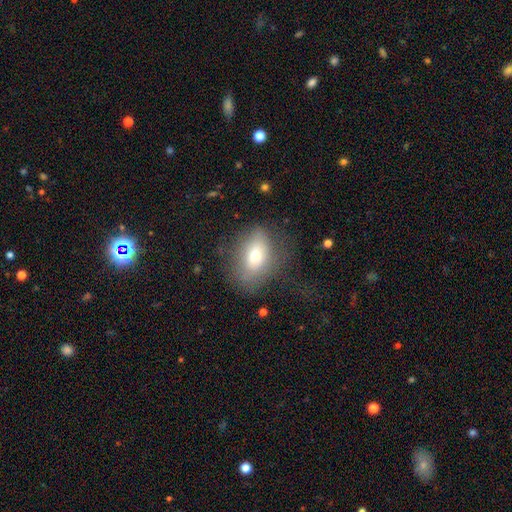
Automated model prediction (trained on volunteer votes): Smooth or featured? smooth (67%)
How rounded? in between (72%)
Merging? none (58%)